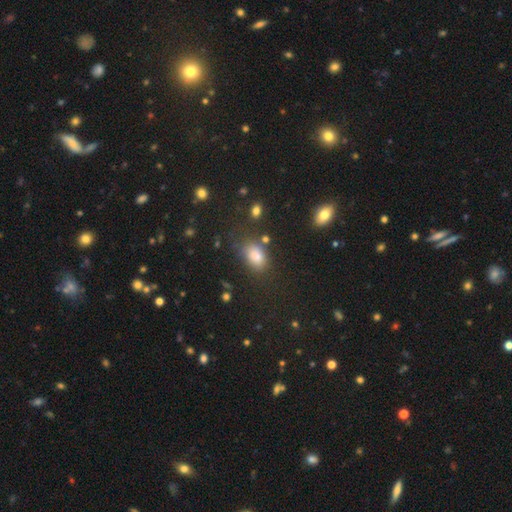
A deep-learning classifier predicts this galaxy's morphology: smooth-or-featured: smooth: 82% | star or artifact: 11% | featured or disk: 7%
  how-rounded: in between: 83% | round: 15% | cigar-shaped: 2%
  merging: none: 66% | minor disturbance: 20% | major disturbance: 8% | merger: 6%